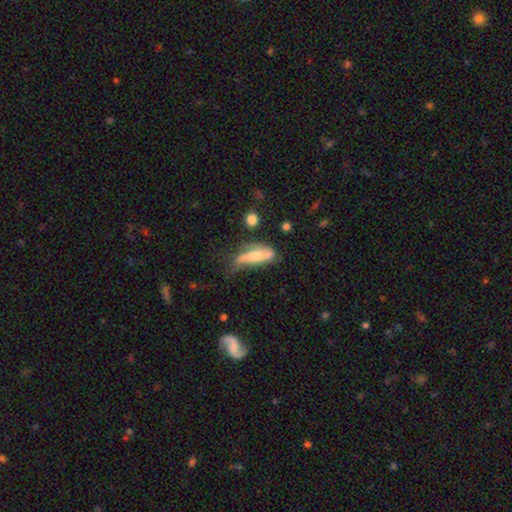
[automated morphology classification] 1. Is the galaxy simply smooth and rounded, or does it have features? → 50% smooth, 43% featured or disk, 7% star or artifact.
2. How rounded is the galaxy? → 57% in between, 41% cigar-shaped, 3% round.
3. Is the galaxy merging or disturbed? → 37% none, 33% minor disturbance, 23% major disturbance, 7% merger.